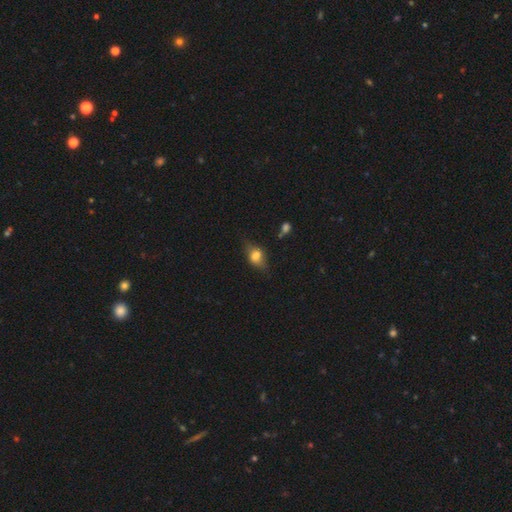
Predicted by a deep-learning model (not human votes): This appears to be a smooth galaxy with no disk features (58%) that is in between round and cigar-shaped (72%). Merging: none (66%).